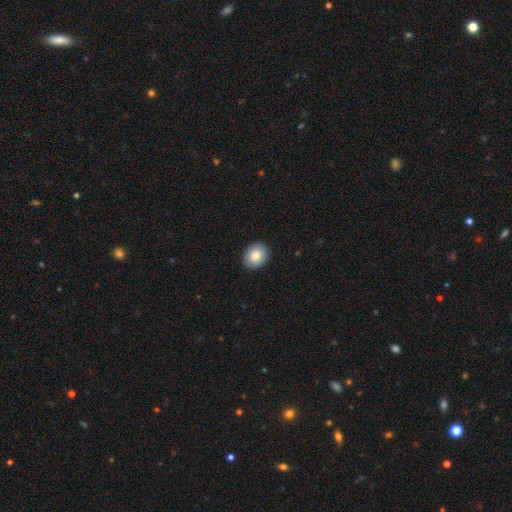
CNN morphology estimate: A smooth galaxy with no disk features (84%) that is round (51%). Merging: none (91%).